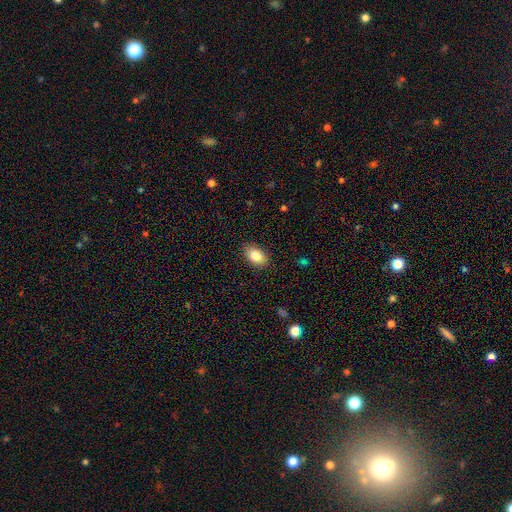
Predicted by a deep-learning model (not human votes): smooth-or-featured: smooth: 85% | star or artifact: 8% | featured or disk: 7%
  how-rounded: in between: 88% | round: 11% | cigar-shaped: 1%
  merging: none: 87% | minor disturbance: 9% | major disturbance: 2% | merger: 1%